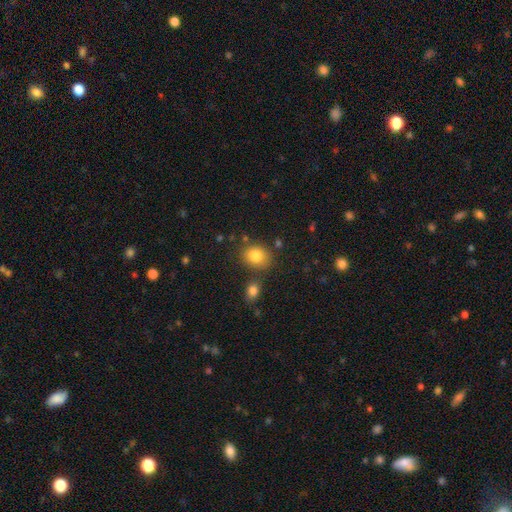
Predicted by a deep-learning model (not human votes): The model was most divided on "how rounded": round: 57%, in between: 42%, cigar-shaped: 1%. More confident: smooth or featured — smooth (83%); merging — none (76%).